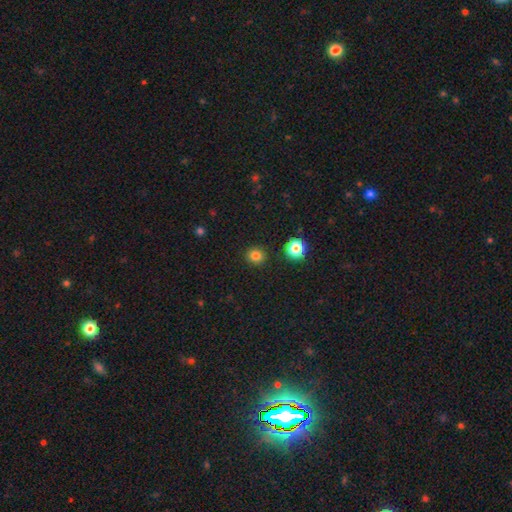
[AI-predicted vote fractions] Smooth or featured? smooth (81%)
How rounded? round (89%)
Merging? none (91%)